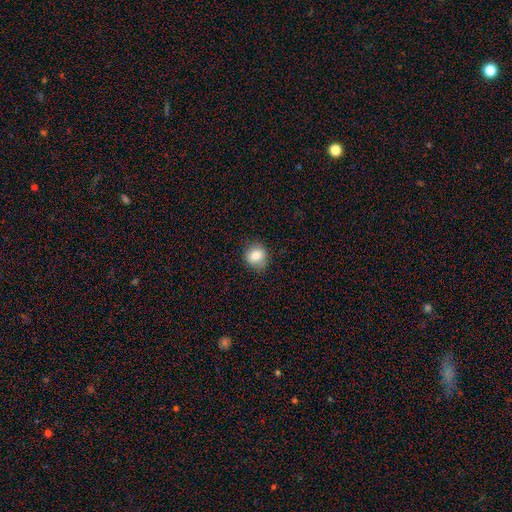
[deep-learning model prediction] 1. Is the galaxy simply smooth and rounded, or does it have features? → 83% smooth, 9% star or artifact, 7% featured or disk.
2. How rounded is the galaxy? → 75% round, 24% in between, 1% cigar-shaped.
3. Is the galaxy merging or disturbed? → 83% none, 13% minor disturbance, 3% major disturbance, 1% merger.